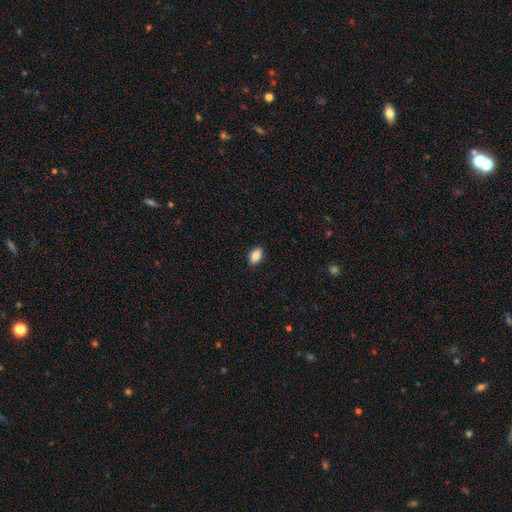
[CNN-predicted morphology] smooth_or_featured: smooth (p=0.88) [alt: star or artifact p=0.08]
how_rounded: in between (p=0.90) [alt: round p=0.07]
merging: none (p=0.89) [alt: minor disturbance p=0.08]